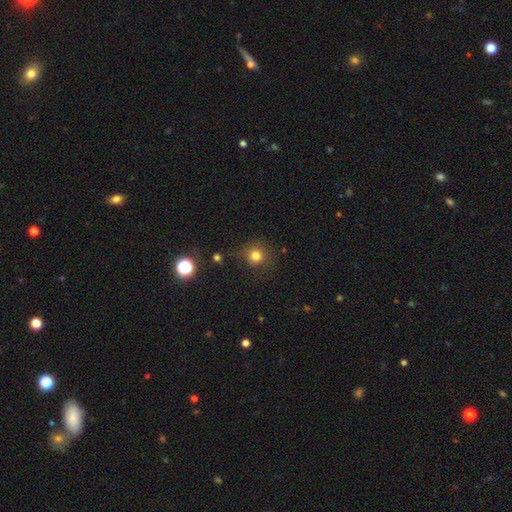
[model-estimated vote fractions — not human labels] This is likely a smooth galaxy (79%). How rounded: clearly round (91%). Merging: likely none (76%).